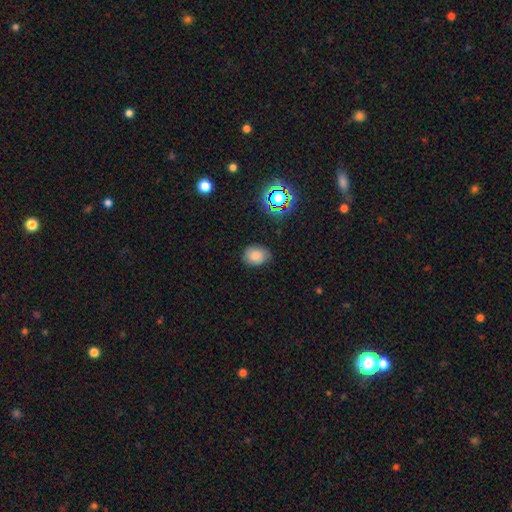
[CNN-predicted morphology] Smooth or featured: smooth — 78% (star or artifact — 13%)
How rounded: in between — 58% (round — 41%)
Merging: none — 71% (minor disturbance — 23%)